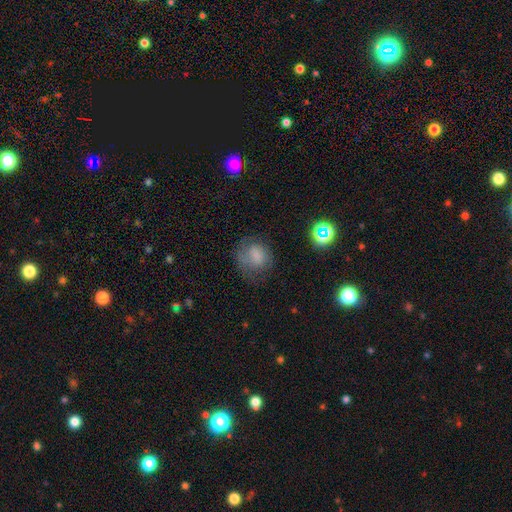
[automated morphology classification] Smooth or featured? Predicted: smooth (p=0.66). How rounded? Predicted: round (p=0.68). Merging? Predicted: none (p=0.56).